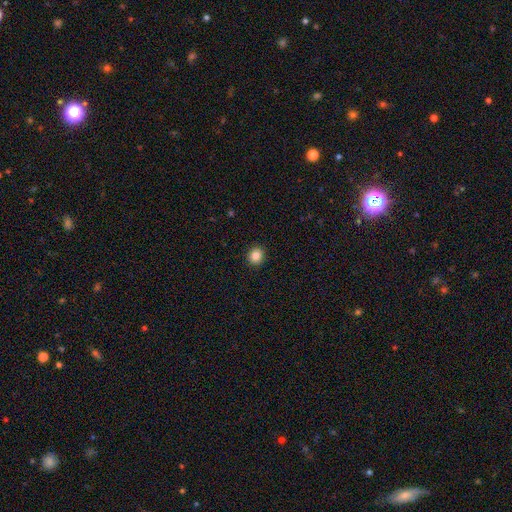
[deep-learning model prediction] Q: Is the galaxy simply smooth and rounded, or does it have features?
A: smooth — 86%.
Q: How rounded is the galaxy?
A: round — 83%.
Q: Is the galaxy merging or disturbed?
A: none — 93%.